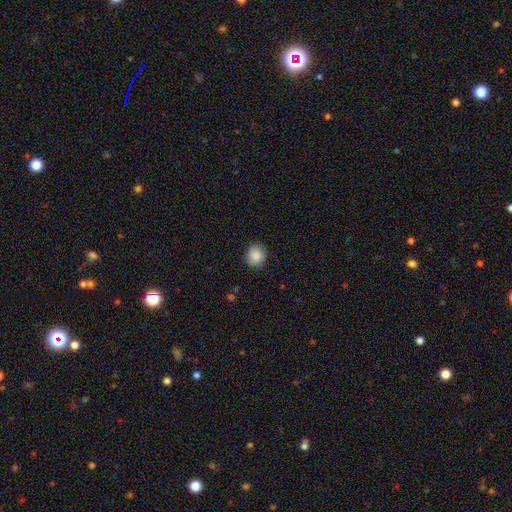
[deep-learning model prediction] Morphology: type=smooth (89%); roundness=round (75%); merging=none (87%).